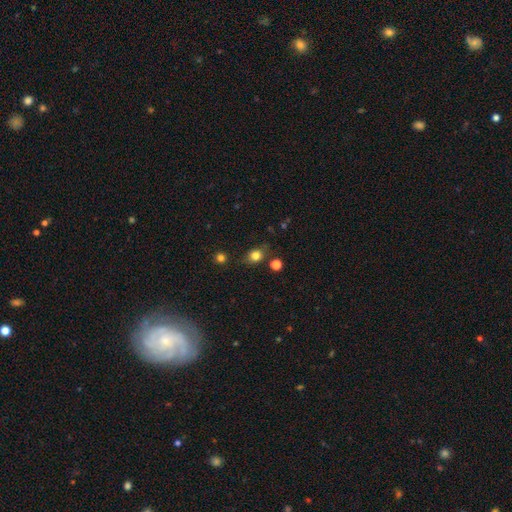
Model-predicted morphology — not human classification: A smooth galaxy with no disk features (80%) that is round (63%). Merging: none (75%).